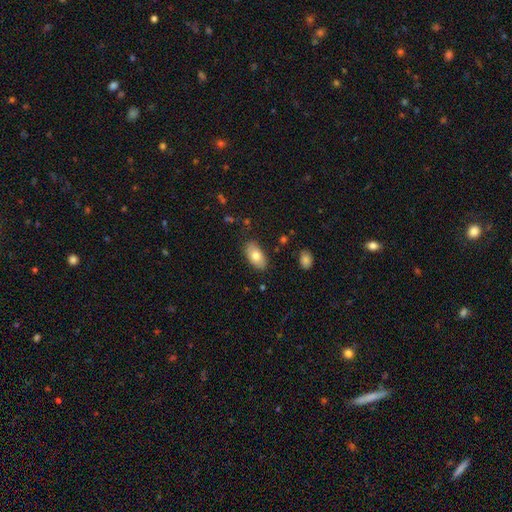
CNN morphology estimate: A smooth galaxy with no disk features (76%) that is in between round and cigar-shaped (94%). Merging: none (84%).